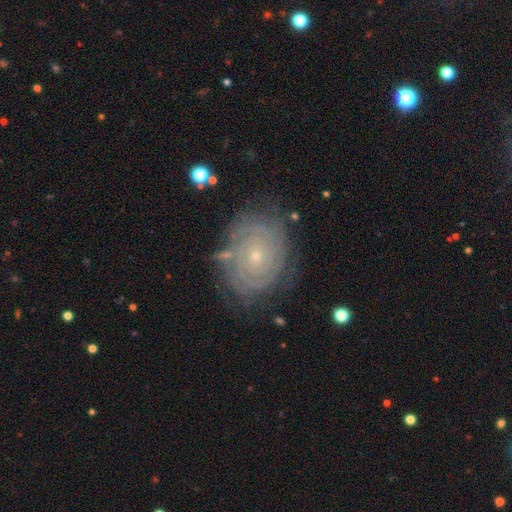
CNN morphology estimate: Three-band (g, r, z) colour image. It shows a featured or disk galaxy (79%) with no bar (82%), tight (84%) spiral arms (91%) and a small central bulge (81%). Merging: none (75%).